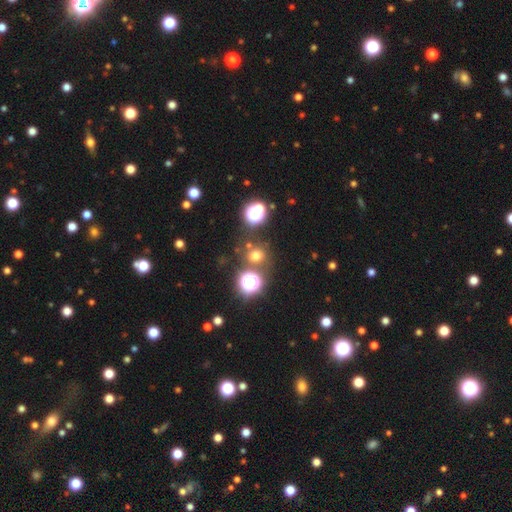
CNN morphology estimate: Smooth or featured: smooth — 61% (star or artifact — 30%)
How rounded: round — 87% (in between — 12%)
Merging: none — 78% (merger — 9%)